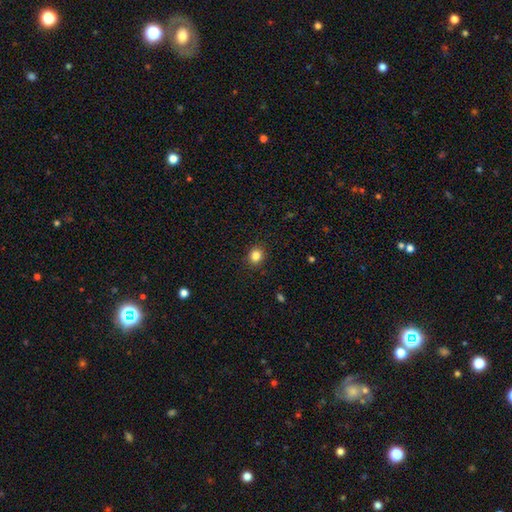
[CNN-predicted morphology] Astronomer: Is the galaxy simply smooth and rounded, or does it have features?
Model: smooth — 84%.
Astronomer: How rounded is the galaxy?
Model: round — 76%.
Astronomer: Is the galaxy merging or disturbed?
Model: none — 90%.